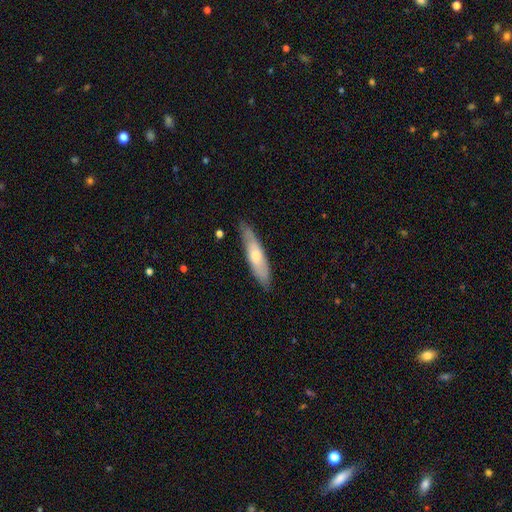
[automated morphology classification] A smooth galaxy with no disk features (54%) that is cigar-shaped (70%). Merging: none (78%).